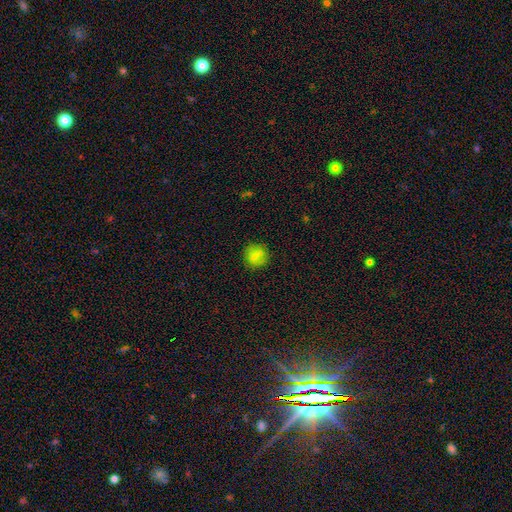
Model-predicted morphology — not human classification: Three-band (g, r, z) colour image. It shows a smooth galaxy with no disk features (81%) that is round (86%). Merging: none (83%).